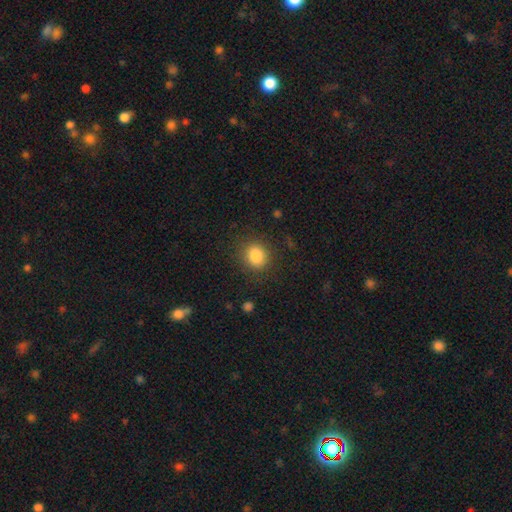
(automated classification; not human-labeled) Q: Smooth or featured?
A: smooth (85%); runner-up: star or artifact (10%)
Q: How rounded?
A: round (72%); runner-up: in between (27%)
Q: Merging?
A: none (86%); runner-up: minor disturbance (9%)